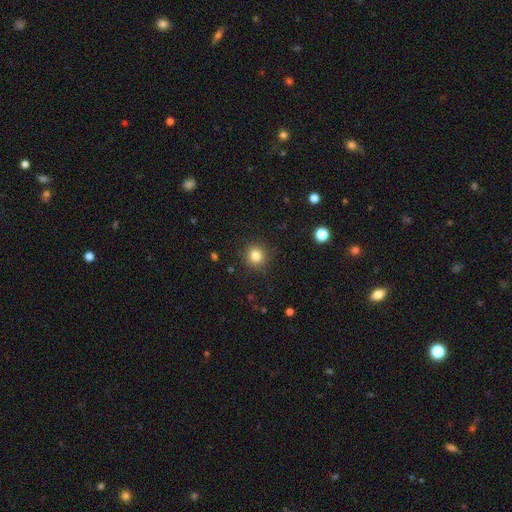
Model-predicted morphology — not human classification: The model was most divided on "smooth or featured": smooth: 82%, star or artifact: 12%, featured or disk: 6%. More confident: how rounded — round (93%); merging — none (90%).